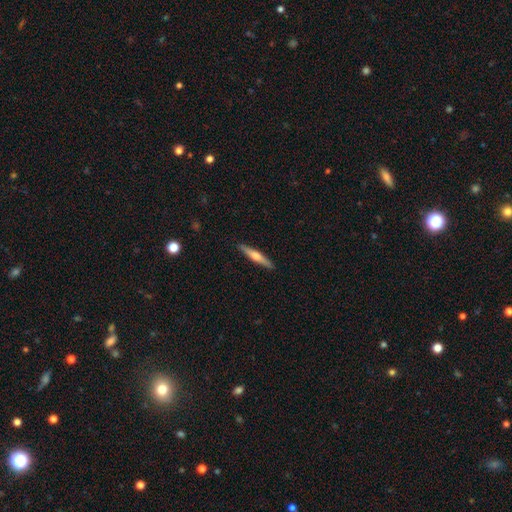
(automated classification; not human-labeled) smooth-or-featured: featured or disk: 58% | smooth: 37% | star or artifact: 5%
  disk-edge-on: yes: 97% | no: 3%
    edge-on-bulge: rounded: 86% | none: 8% | boxy: 6%
  merging: none: 91% | minor disturbance: 6% | major disturbance: 1% | merger: 1%